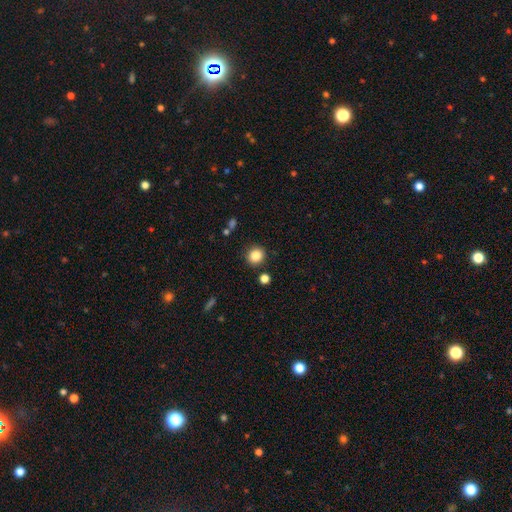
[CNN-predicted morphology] Overall: smooth (84%). How rounded: round (90%). Merging: none (88%).